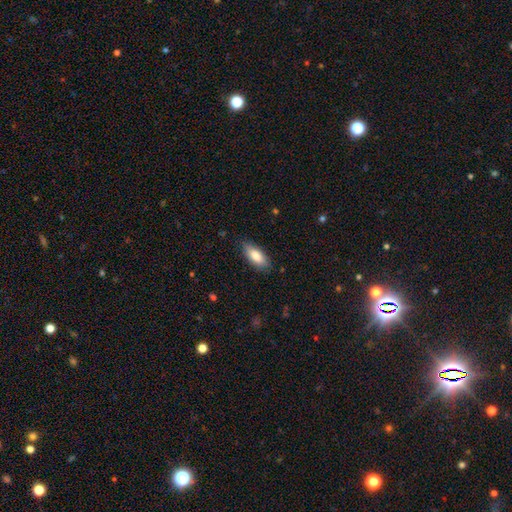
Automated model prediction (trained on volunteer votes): A smooth galaxy with no disk features (84%) that is in between round and cigar-shaped (83%). Merging: none (81%).